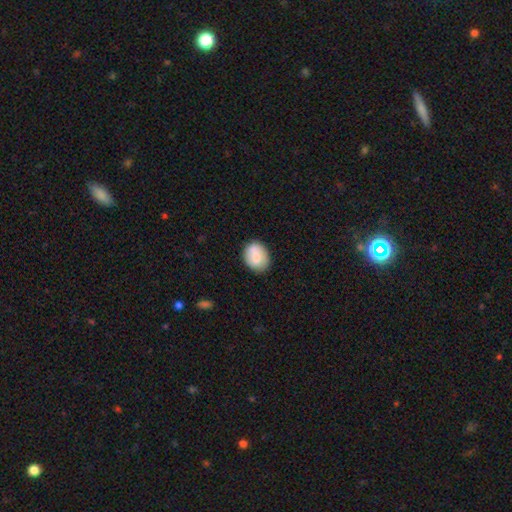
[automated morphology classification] smooth 78%, featured or disk 15%, star or artifact 7%. Down the decision tree: how rounded — in between (56%); merging — none (77%).